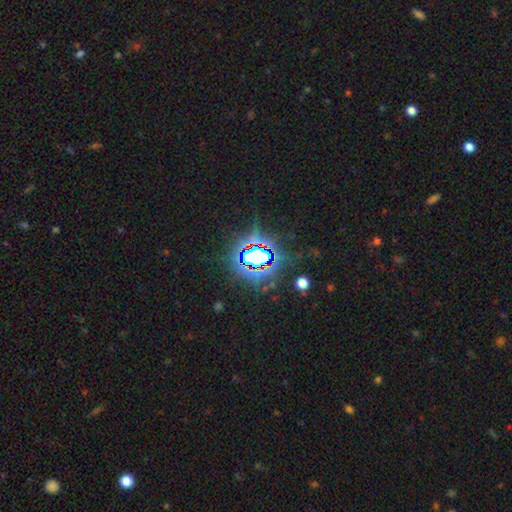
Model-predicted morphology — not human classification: smooth-or-featured: star or artifact: 76% | smooth: 13% | featured or disk: 10%